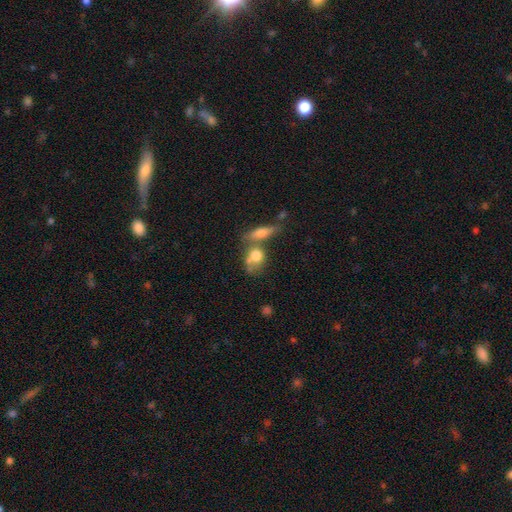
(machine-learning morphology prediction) This is likely a smooth galaxy (73%). How rounded: possibly in between (50%). Merging: possibly merger (52%).